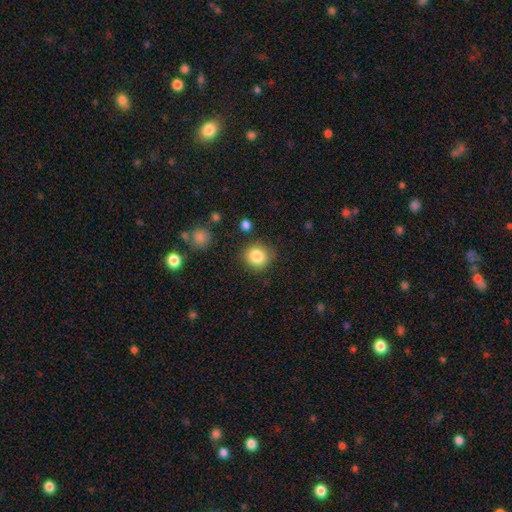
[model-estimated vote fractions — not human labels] The model was most divided on "merging": none: 83%, minor disturbance: 11%, major disturbance: 3%, merger: 2%. More confident: how rounded — round (87%); smooth or featured — smooth (84%).